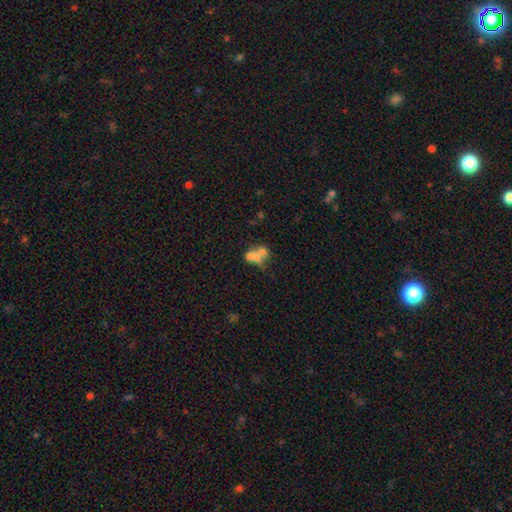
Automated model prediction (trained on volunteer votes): Smooth or featured? smooth (53%)
How rounded? in between (55%)
Merging? merger (63%)